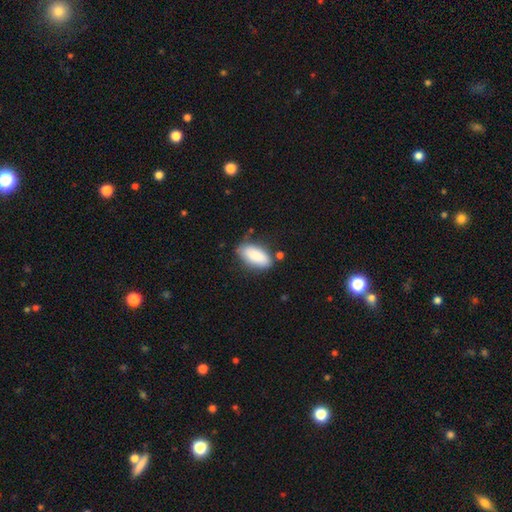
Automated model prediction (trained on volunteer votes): smooth-or-featured: smooth: 87% | featured or disk: 7% | star or artifact: 6%
  how-rounded: in between: 87% | cigar-shaped: 10% | round: 2%
  merging: none: 71% | minor disturbance: 20% | major disturbance: 5% | merger: 5%